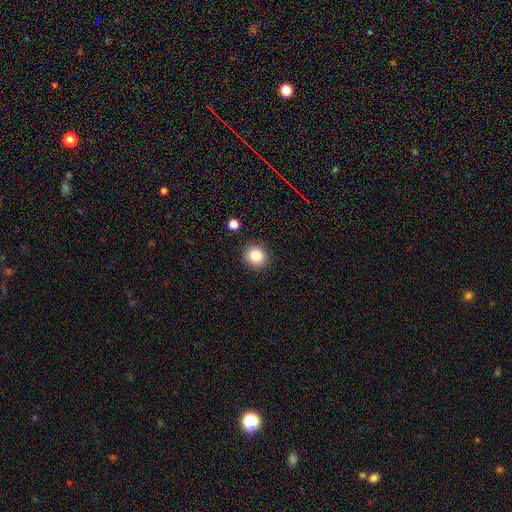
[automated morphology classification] Overall: smooth (83%). How rounded: round (84%). Merging: none (90%).